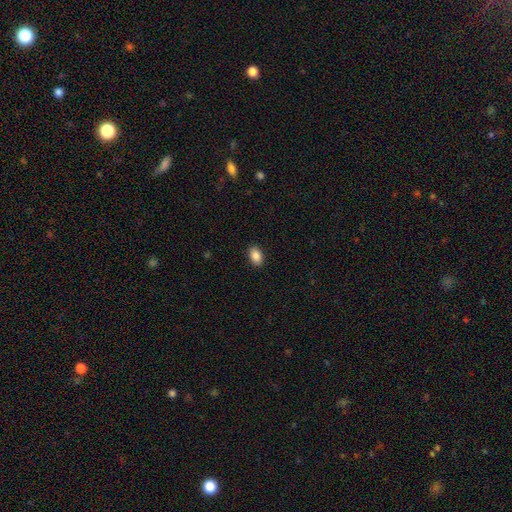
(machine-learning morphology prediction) Smooth or featured: smooth — 88% (star or artifact — 8%)
How rounded: in between — 88% (round — 10%)
Merging: none — 90% (minor disturbance — 8%)